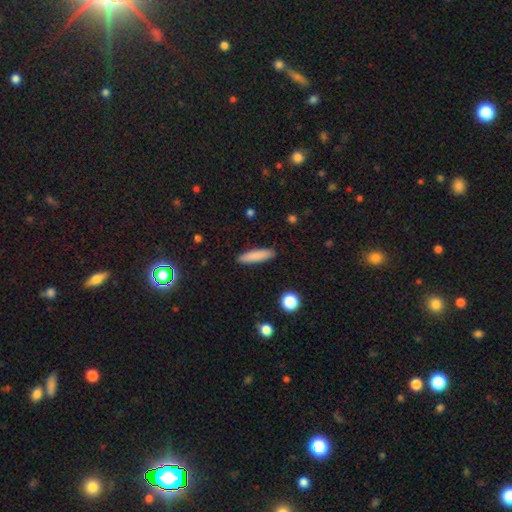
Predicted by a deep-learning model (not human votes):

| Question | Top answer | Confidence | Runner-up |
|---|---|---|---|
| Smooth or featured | smooth | 84% | featured or disk (9%) |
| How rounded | cigar-shaped | 73% | in between (25%) |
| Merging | none | 89% | minor disturbance (8%) |